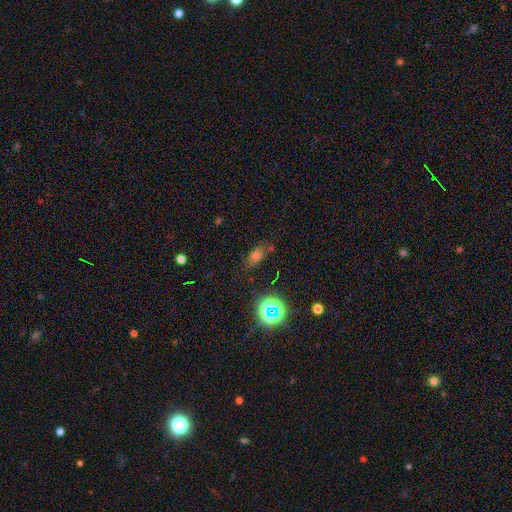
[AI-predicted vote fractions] smooth-or-featured: smooth: 59% | star or artifact: 29% | featured or disk: 12%
  how-rounded: in between: 76% | round: 17% | cigar-shaped: 7%
  merging: none: 70% | minor disturbance: 18% | major disturbance: 7% | merger: 5%